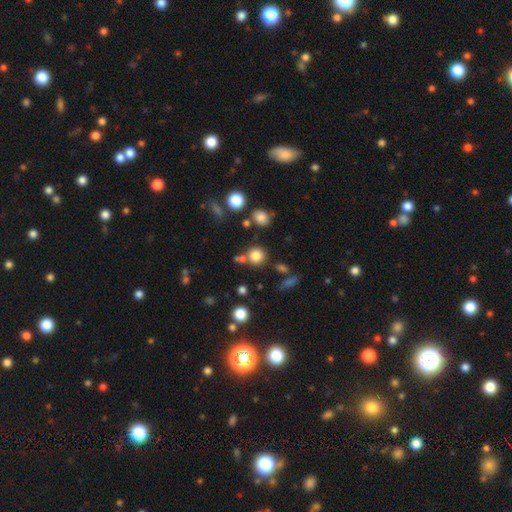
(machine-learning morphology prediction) This is clearly a smooth galaxy (80%). How rounded: clearly round (90%). Merging: likely none (73%).